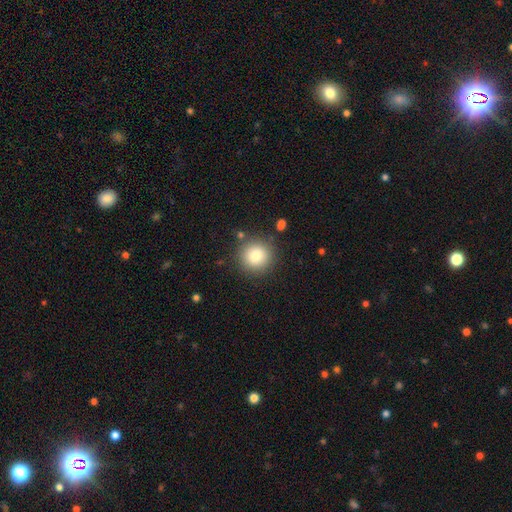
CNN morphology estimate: Smooth or featured? smooth (82%)
How rounded? round (93%)
Merging? none (86%)